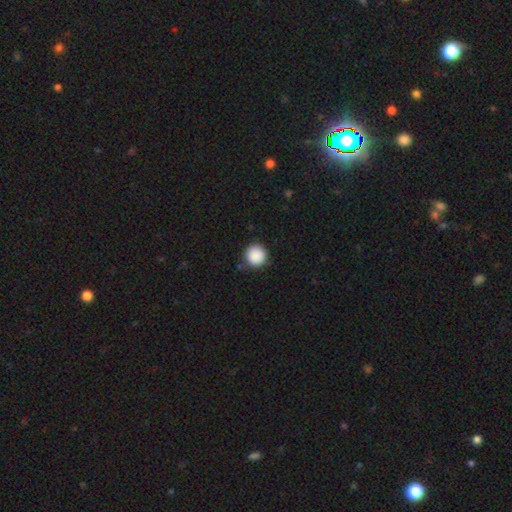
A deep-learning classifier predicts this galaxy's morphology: The model was most divided on "merging": none: 87%, minor disturbance: 9%, major disturbance: 2%, merger: 2%. More confident: how rounded — round (95%); smooth or featured — smooth (89%).